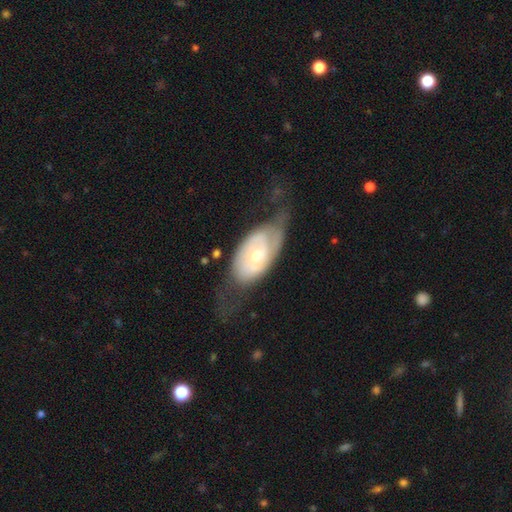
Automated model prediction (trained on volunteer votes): Smooth or featured: featured or disk — 67% (smooth — 28%)
Edge-on disk: no — 92% (yes — 8%)
Bar: no — 62% (weak — 30%)
Spiral arms: yes — 70% (no — 30%)
Bulge size: moderate — 54% (small — 40%)
Merging: none — 41% (major disturbance — 29%)